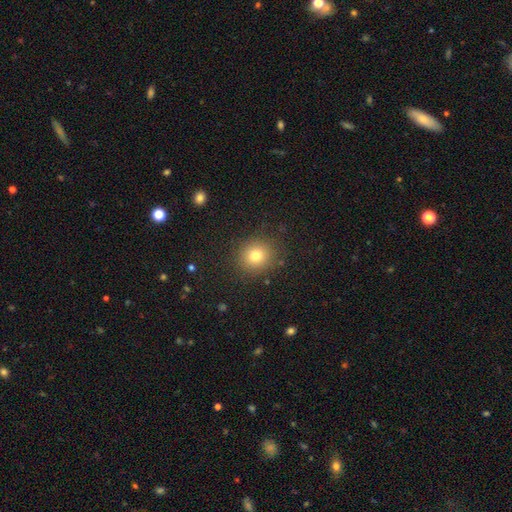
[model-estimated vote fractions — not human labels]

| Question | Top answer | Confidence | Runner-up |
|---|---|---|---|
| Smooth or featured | smooth | 77% | star or artifact (14%) |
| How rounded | round | 85% | in between (14%) |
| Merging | none | 87% | minor disturbance (8%) |